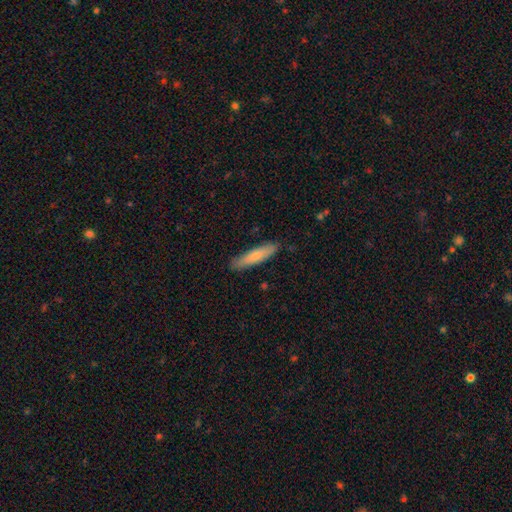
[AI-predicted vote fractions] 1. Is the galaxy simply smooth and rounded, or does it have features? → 72% smooth, 22% featured or disk, 6% star or artifact.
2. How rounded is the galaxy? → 82% cigar-shaped, 16% in between, 1% round.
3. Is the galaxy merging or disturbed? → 86% none, 11% minor disturbance, 2% major disturbance, 1% merger.